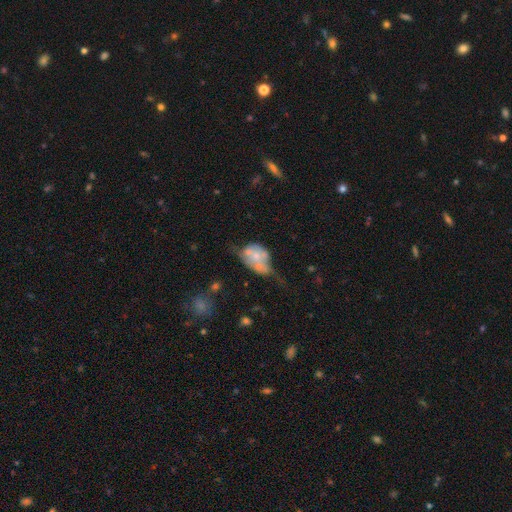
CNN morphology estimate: This appears to be a featured or disk galaxy (47%). Merging: merger (32%).